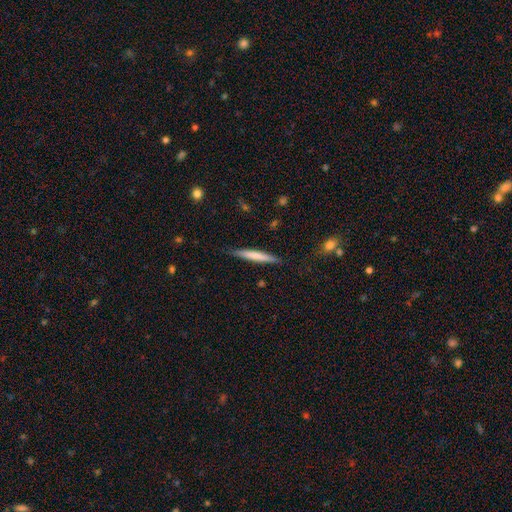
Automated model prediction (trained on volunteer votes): A smooth galaxy with no disk features (66%) that is cigar-shaped (95%).

Vote fractions:
- Smooth or featured? smooth: 66% / featured or disk: 28% / star or artifact: 6%
- How rounded? cigar-shaped: 95% / in between: 4% / round: 1%
- Merging? none: 86% / minor disturbance: 11% / major disturbance: 2% / merger: 1%